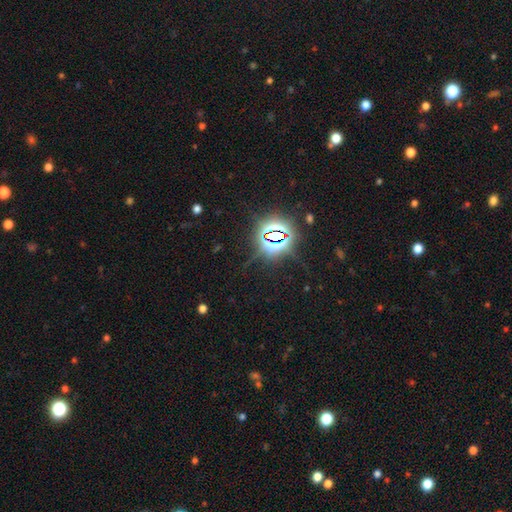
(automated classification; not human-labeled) Smooth or featured? Predicted: star or artifact (p=0.83).